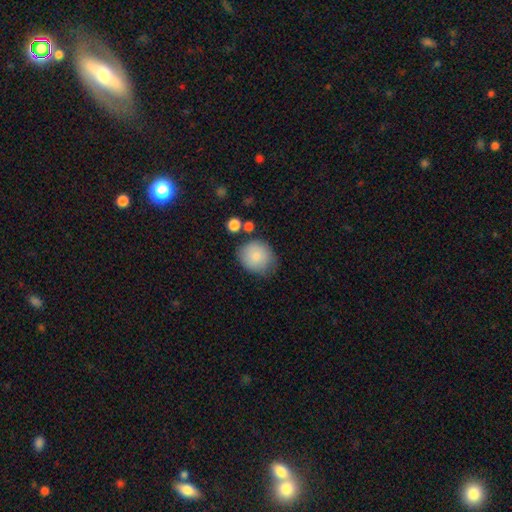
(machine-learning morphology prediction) Smooth or featured? Predicted: smooth (p=0.85). How rounded? Predicted: round (p=0.81). Merging? Predicted: none (p=0.69).